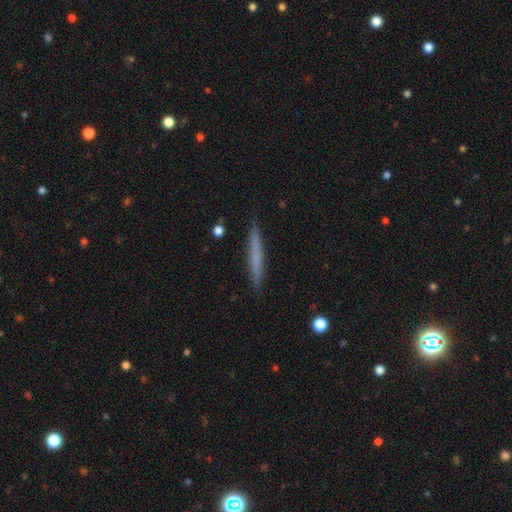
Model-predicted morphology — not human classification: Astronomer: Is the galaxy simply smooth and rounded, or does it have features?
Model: smooth — 61%.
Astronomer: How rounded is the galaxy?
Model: cigar-shaped — 96%.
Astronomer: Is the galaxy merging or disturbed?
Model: none — 91%.